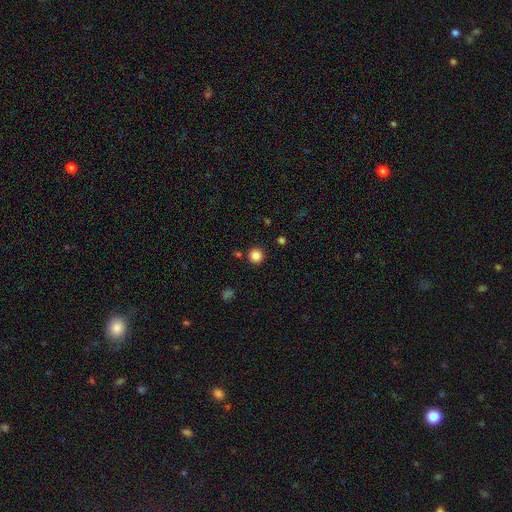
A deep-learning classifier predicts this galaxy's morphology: This is clearly a smooth galaxy (85%). How rounded: clearly round (95%). Merging: clearly none (90%).